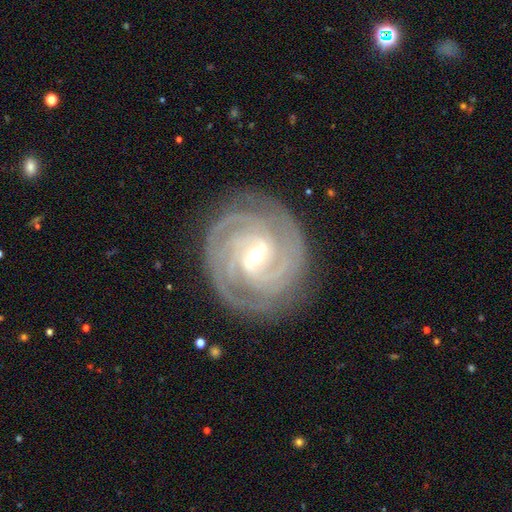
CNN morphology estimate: This is clearly a featured or disk galaxy (92%). It is clearly not viewed edge-on (97%). Bar: possibly strong (48%). Spiral arm pattern: clearly yes (98%). Spiral arm count: marginally 3 (33%). Spiral winding: likely tight (76%). Central bulge: possibly moderate (57%). Merging: clearly none (82%).